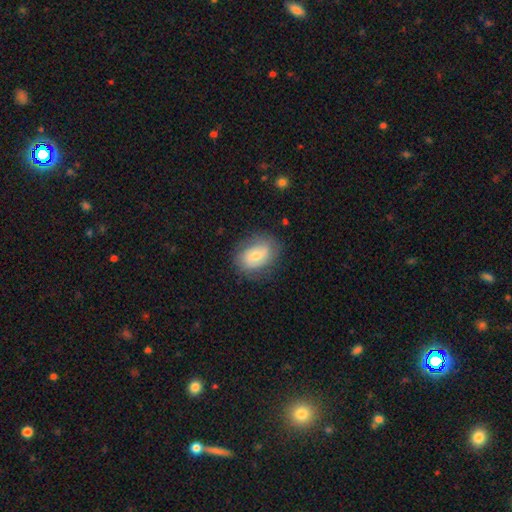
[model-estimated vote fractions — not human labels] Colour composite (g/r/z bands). It shows a featured or disk galaxy (47%). Merging: none (76%).